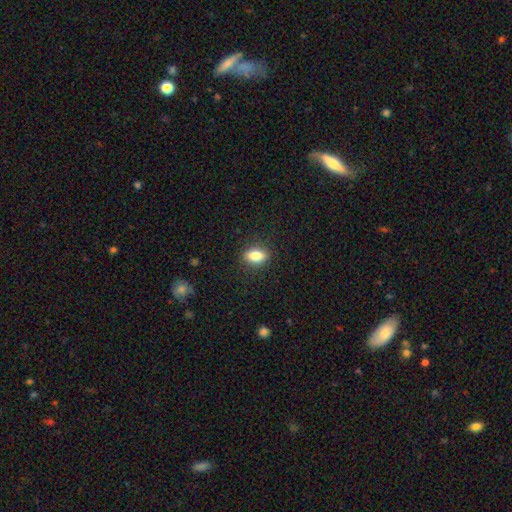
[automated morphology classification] The model was most divided on "how rounded": in between: 82%, round: 13%, cigar-shaped: 4%. More confident: merging — none (87%); smooth or featured — smooth (83%).